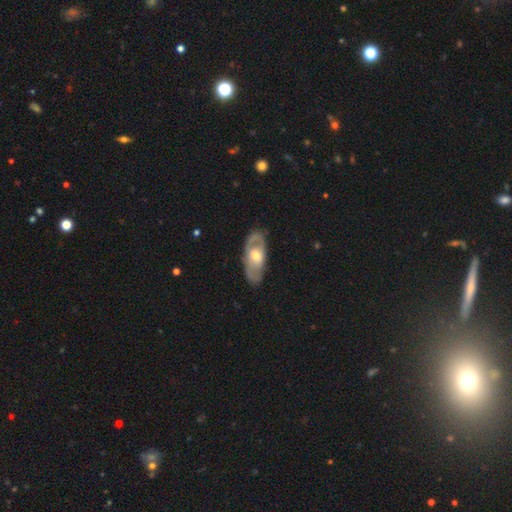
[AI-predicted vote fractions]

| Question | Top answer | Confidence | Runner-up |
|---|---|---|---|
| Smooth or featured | featured or disk | 60% | smooth (35%) |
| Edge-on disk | no | 82% | yes (18%) |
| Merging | none | 74% | minor disturbance (18%) |